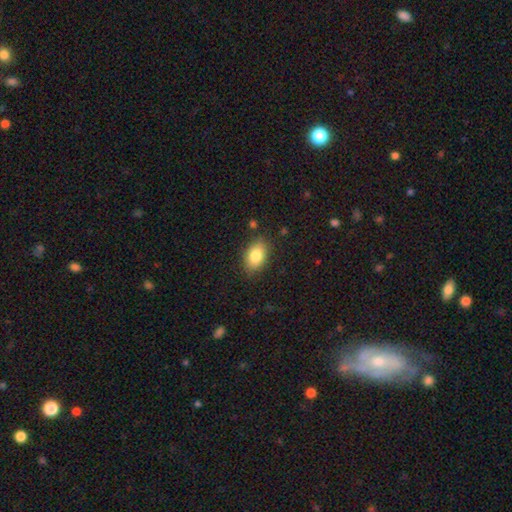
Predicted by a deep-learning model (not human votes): smooth_or_featured: smooth (p=0.83) [alt: featured or disk p=0.10]
how_rounded: in between (p=0.88) [alt: round p=0.10]
merging: none (p=0.84) [alt: minor disturbance p=0.12]